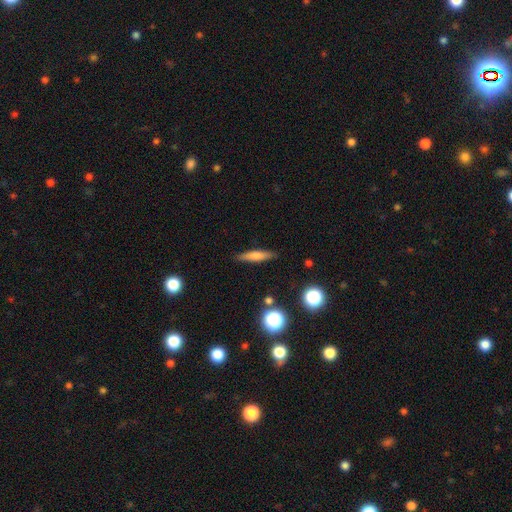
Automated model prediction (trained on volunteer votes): smooth_or_featured: smooth (p=0.64) [alt: featured or disk p=0.27]
how_rounded: cigar-shaped (p=0.83) [alt: in between p=0.14]
merging: none (p=0.87) [alt: minor disturbance p=0.09]